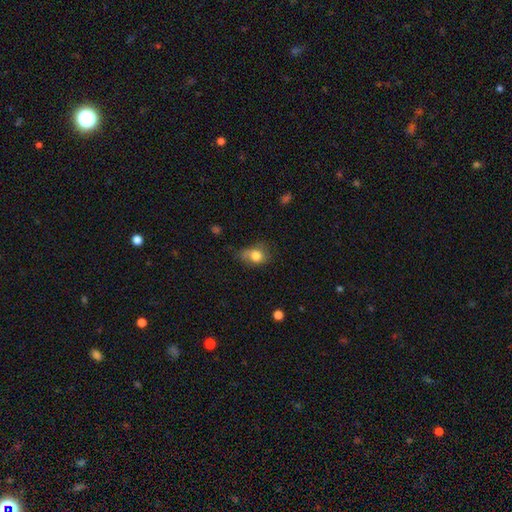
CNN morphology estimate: smooth-or-featured: smooth: 79% | featured or disk: 12% | star or artifact: 10%
  how-rounded: round: 49% (tied) | in between: 49% (tied) | cigar-shaped: 1%
  merging: none: 46% | minor disturbance: 35% | major disturbance: 15% | merger: 4%